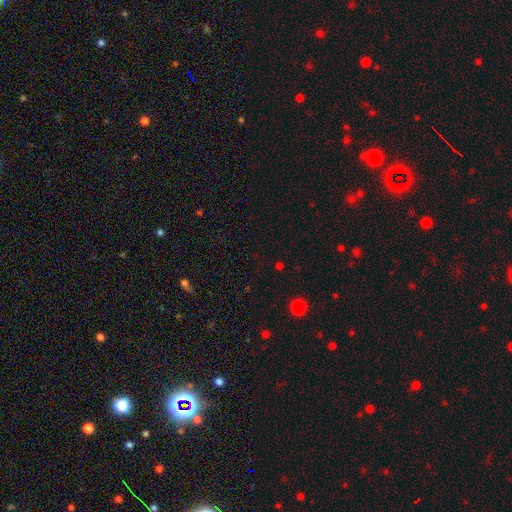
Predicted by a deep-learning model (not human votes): Smooth or featured: star or artifact — 57% (smooth — 36%)